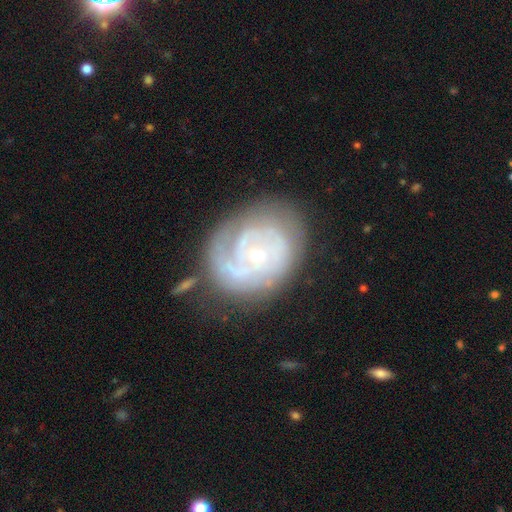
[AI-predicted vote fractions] A featured or disk galaxy (79%) with no bar (75%), tight (67%) spiral arms (87%) and a small central bulge (71%). Merging: none (63%).